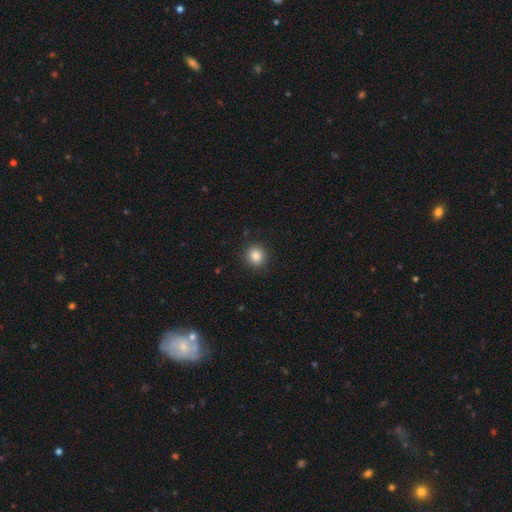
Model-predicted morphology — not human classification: The model was most divided on "smooth or featured": smooth: 86%, star or artifact: 10%, featured or disk: 4%. More confident: merging — none (91%); how rounded — round (90%).